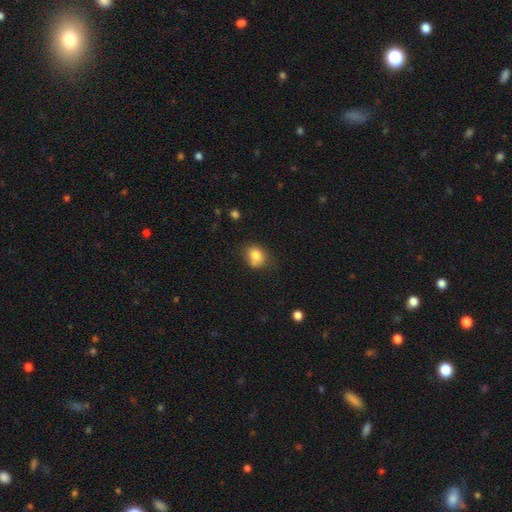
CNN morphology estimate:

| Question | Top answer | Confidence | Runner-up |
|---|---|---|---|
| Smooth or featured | smooth | 80% | star or artifact (10%) |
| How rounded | round | 54% | in between (45%) |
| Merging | none | 57% | minor disturbance (27%) |